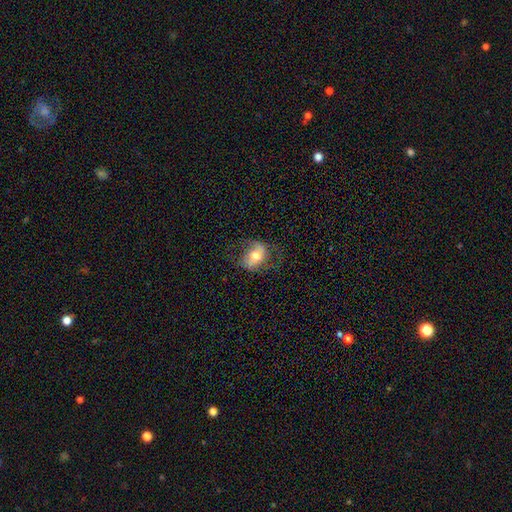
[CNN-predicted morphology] This appears to be a featured or disk galaxy (46%). Merging: none (61%).